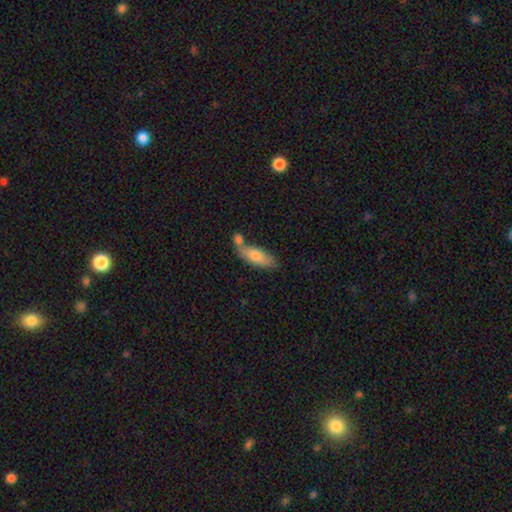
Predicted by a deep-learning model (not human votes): Smooth or featured? smooth (73%)
How rounded? in between (70%)
Merging? none (44%)